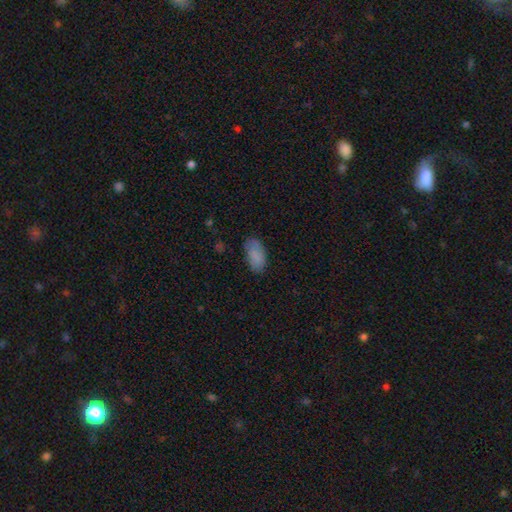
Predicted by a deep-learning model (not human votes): This appears to be a smooth galaxy with no disk features (84%) that is in between round and cigar-shaped (94%). Merging: none (74%).